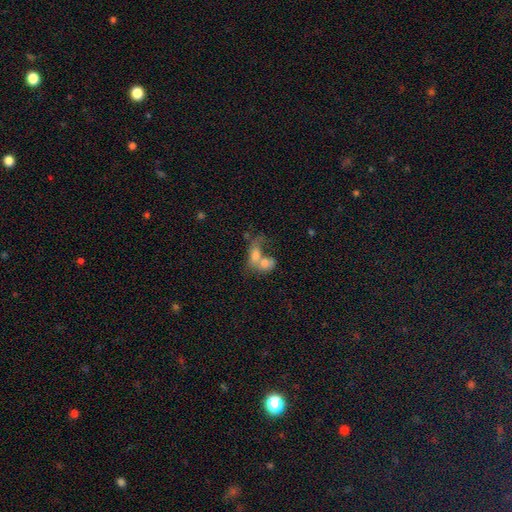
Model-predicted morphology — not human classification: smooth_or_featured: smooth (p=0.64) [alt: featured or disk p=0.26]
how_rounded: in between (p=0.73) [alt: round p=0.22]
merging: merger (p=0.73) [alt: none p=0.12]